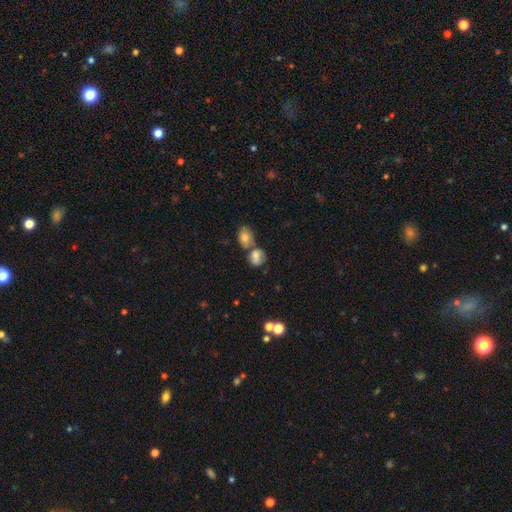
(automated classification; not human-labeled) Overall: smooth (69%). How rounded: in between (51%; round 47%). Merging: merger (47%; none 33%).